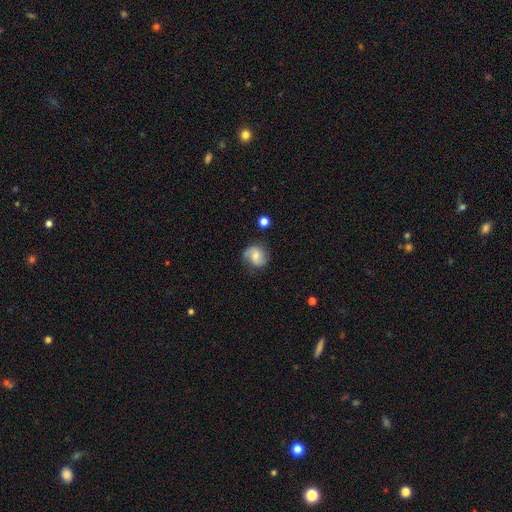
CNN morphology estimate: type=featured or disk (50%); merging=none (72%).